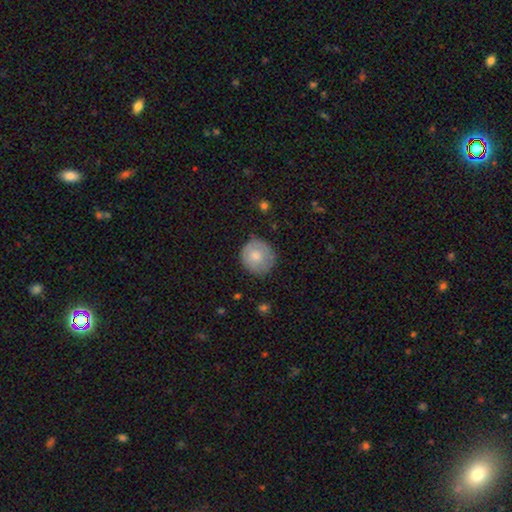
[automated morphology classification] This is likely a smooth galaxy (74%). How rounded: clearly round (91%). Merging: likely none (75%).